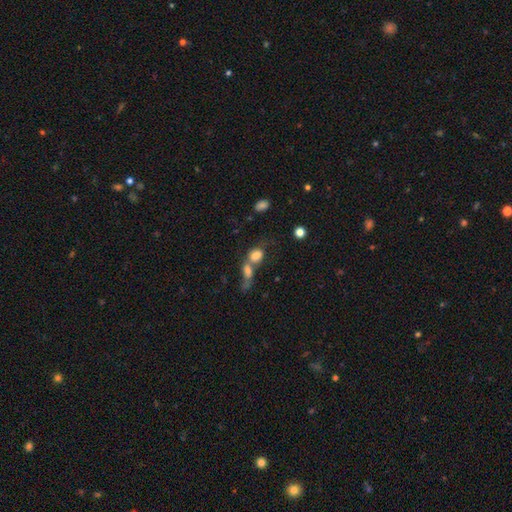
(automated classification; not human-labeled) Smooth or featured: smooth — 77% (featured or disk — 12%)
How rounded: in between — 53% (round — 44%)
Merging: merger — 63% (none — 21%)